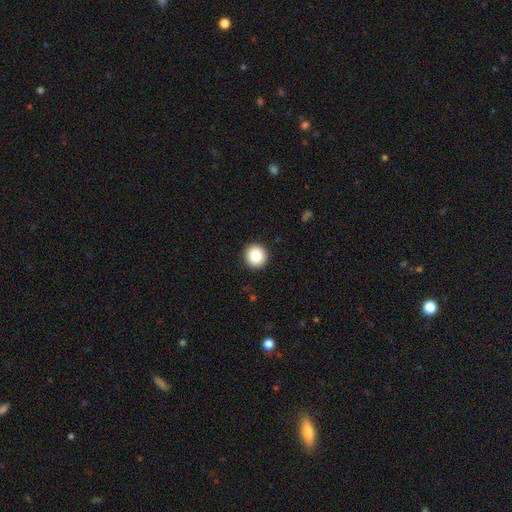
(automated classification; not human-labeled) This is clearly a smooth galaxy (87%). How rounded: clearly round (94%). Merging: clearly none (93%).